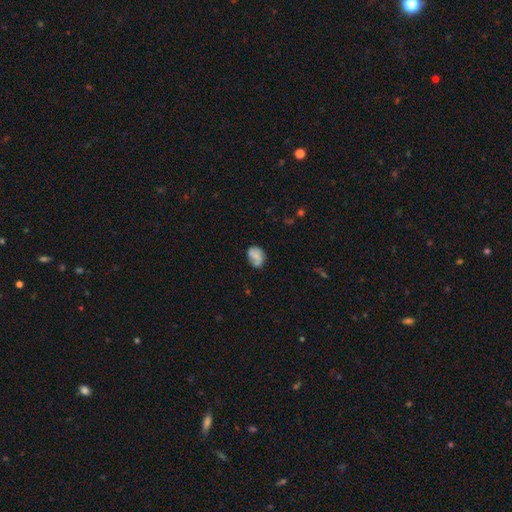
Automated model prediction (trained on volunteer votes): The model was most divided on "smooth or featured": smooth: 52%, featured or disk: 39%, star or artifact: 9%. More confident: merging — none (60%); how rounded — in between (59%).